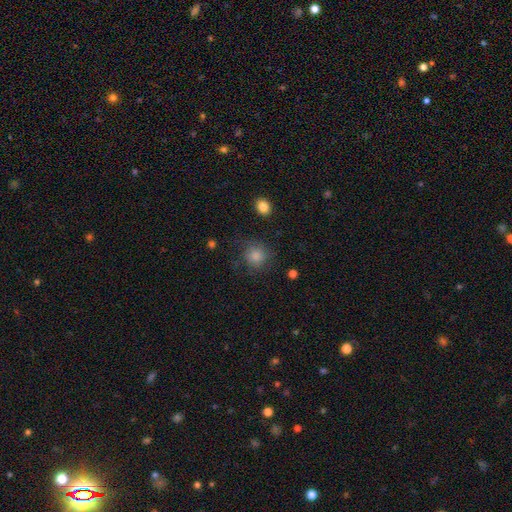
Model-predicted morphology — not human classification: A smooth galaxy with no disk features (76%) that is round (90%).

Vote fractions:
- Smooth or featured? smooth: 76% / star or artifact: 16% / featured or disk: 8%
- How rounded? round: 90% / in between: 9% / cigar-shaped: 1%
- Merging? none: 76% / minor disturbance: 15% / major disturbance: 7% / merger: 2%